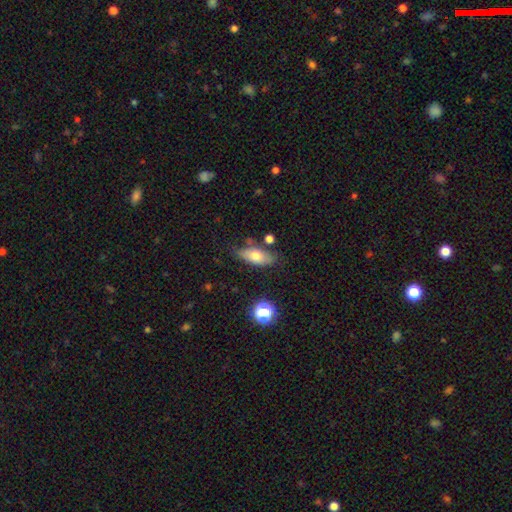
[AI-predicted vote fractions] Morphology: type=smooth (68%); roundness=in between (80%); merging=none (67%).